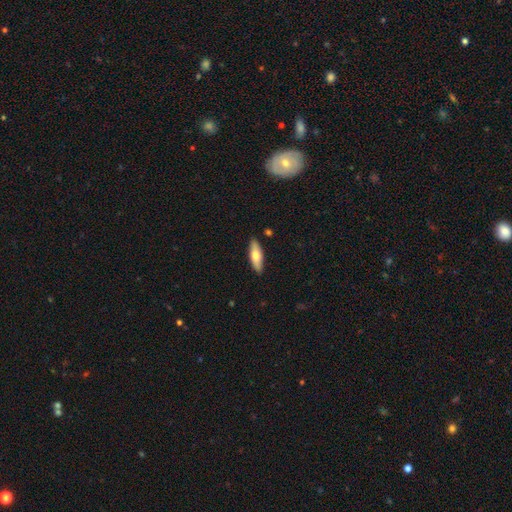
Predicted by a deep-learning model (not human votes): Smooth or featured? smooth (64%)
How rounded? in between (53%)
Merging? none (88%)